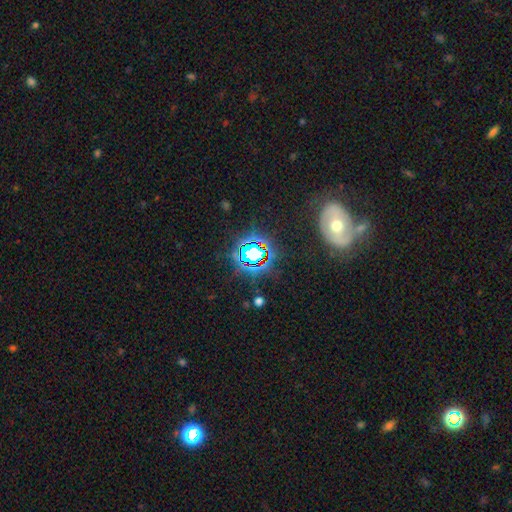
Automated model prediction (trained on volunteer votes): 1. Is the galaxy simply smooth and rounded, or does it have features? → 74% star or artifact, 15% smooth, 11% featured or disk.